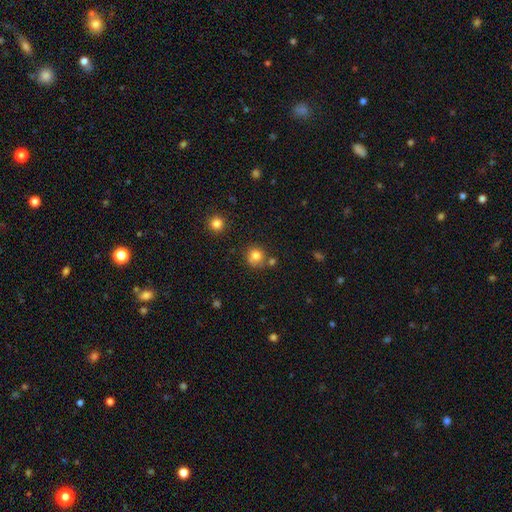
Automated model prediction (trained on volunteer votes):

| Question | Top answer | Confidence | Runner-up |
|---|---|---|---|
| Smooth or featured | smooth | 80% | star or artifact (12%) |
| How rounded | round | 87% | in between (12%) |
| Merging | none | 67% | minor disturbance (15%) |